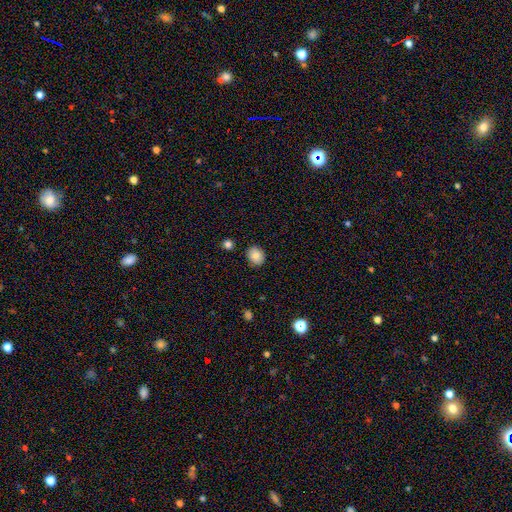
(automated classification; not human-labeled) A smooth galaxy with no disk features (84%) that is round (66%). Merging: none (86%).